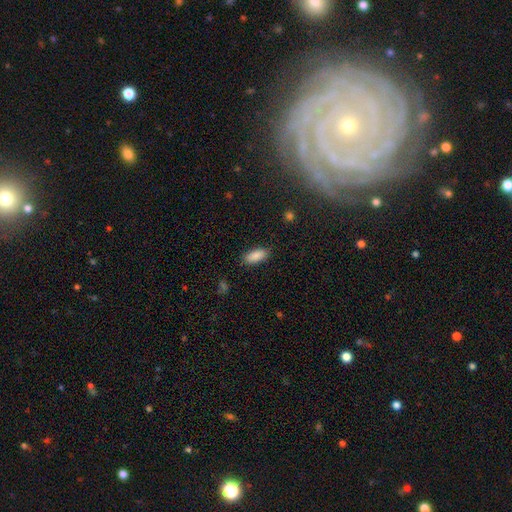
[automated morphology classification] Smooth or featured?
  - smooth: 89% *
  - star or artifact: 7%
  - featured or disk: 4%
How rounded?
  - in between: 83% *
  - cigar-shaped: 15%
  - round: 2%
Merging?
  - none: 86% *
  - minor disturbance: 10%
  - major disturbance: 3%
  - merger: 1%